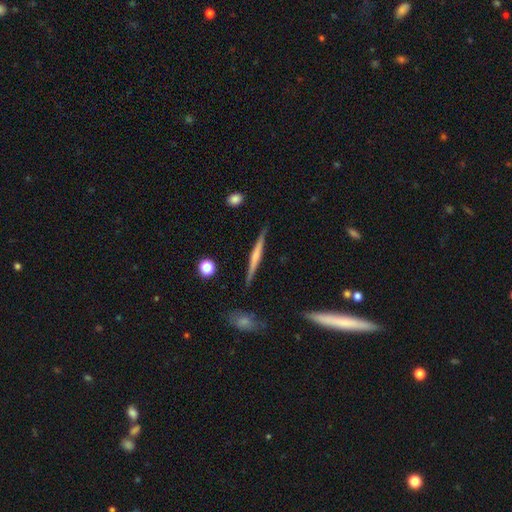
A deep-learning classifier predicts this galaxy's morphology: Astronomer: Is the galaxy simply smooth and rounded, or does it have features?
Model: featured or disk — 61%.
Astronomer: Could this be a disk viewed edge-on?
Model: yes — 98%.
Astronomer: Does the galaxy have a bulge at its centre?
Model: none — 45% (runner-up: rounded, 36%).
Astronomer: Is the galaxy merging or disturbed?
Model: none — 88%.